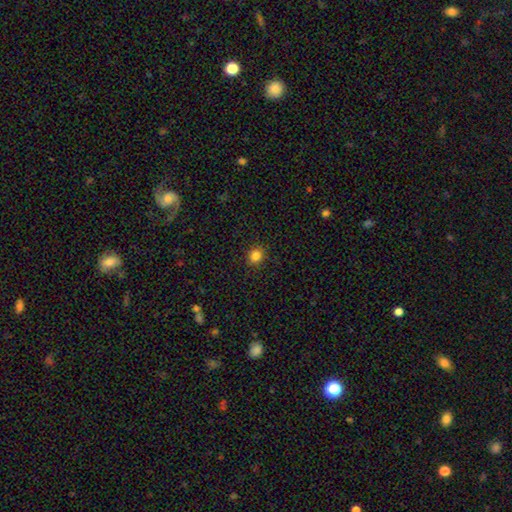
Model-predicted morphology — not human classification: smooth_or_featured: smooth (p=0.84) [alt: star or artifact p=0.12]
how_rounded: round (p=0.74) [alt: in between p=0.25]
merging: none (p=0.90) [alt: minor disturbance p=0.07]